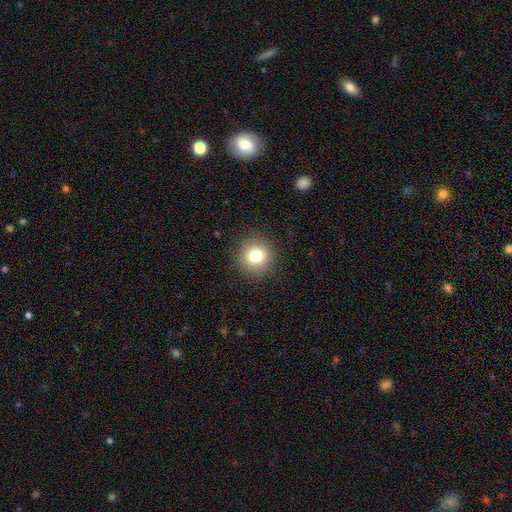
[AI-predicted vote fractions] smooth-or-featured: smooth: 79% | star or artifact: 12% | featured or disk: 9%
  how-rounded: round: 91% | in between: 8% | cigar-shaped: 1%
  merging: none: 90% | minor disturbance: 6% | major disturbance: 3% | merger: 1%